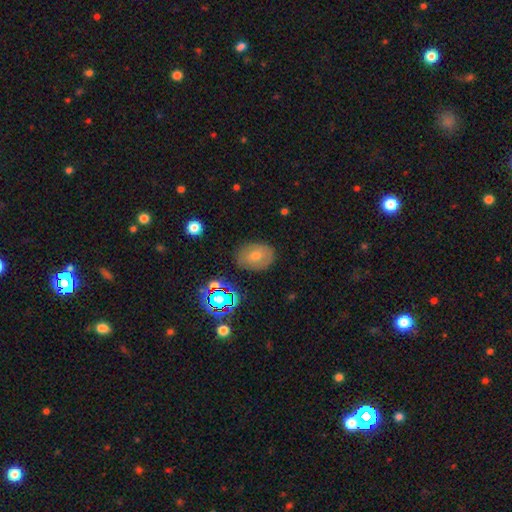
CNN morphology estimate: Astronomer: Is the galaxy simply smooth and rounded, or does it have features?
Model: smooth — 58%.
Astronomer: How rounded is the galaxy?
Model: in between — 68%.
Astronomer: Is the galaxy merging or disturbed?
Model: none — 81%.